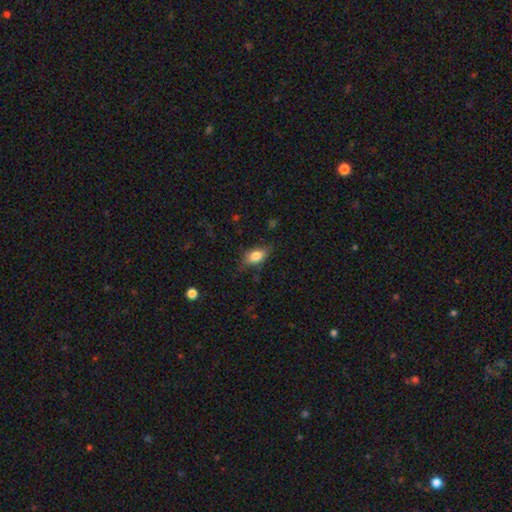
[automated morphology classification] smooth 80%, featured or disk 12%, star or artifact 8%. Down the decision tree: how rounded — in between (85%); merging — none (71%).